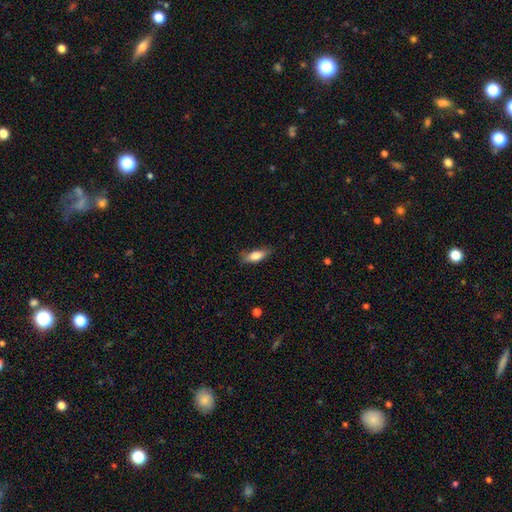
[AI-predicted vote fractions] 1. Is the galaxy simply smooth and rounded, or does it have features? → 74% smooth, 19% featured or disk, 7% star or artifact.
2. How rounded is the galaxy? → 61% in between, 36% cigar-shaped, 3% round.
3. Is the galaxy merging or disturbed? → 77% none, 18% minor disturbance, 4% major disturbance, 1% merger.